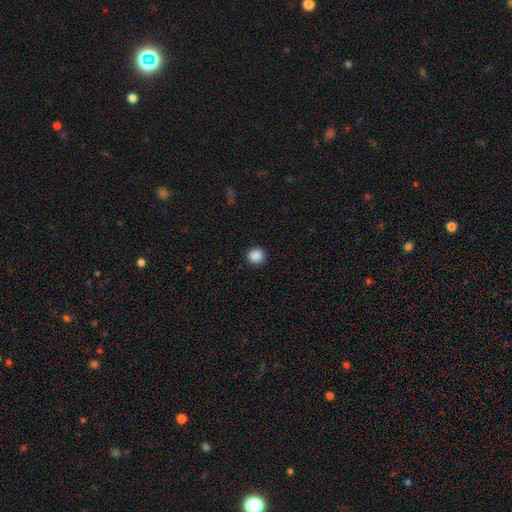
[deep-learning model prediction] smooth-or-featured: smooth: 88% | star or artifact: 9% | featured or disk: 3%
  how-rounded: round: 91% | in between: 8% | cigar-shaped: 1%
  merging: none: 91% | minor disturbance: 6% | major disturbance: 2% | merger: 1%